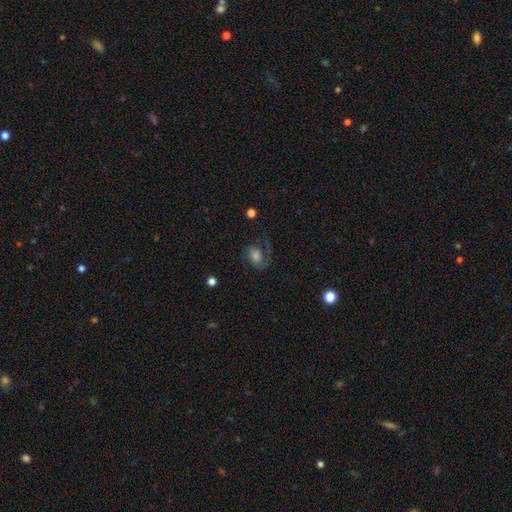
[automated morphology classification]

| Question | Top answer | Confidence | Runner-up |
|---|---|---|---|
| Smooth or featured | featured or disk | 65% | smooth (24%) |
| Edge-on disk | no | 97% | yes (3%) |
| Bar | no | 65% | weak (29%) |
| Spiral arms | yes | 91% | no (9%) |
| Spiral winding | medium | 47% | loose (32%) |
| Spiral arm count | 2 | 57% | 1 (32%) |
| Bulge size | moderate | 42% | large (25%) |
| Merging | none | 57% | major disturbance (24%) |